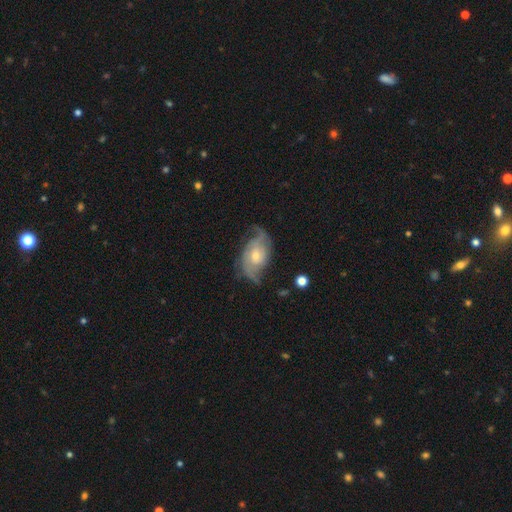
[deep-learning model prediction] Smooth or featured: featured or disk — 80% (smooth — 14%)
Edge-on disk: no — 96% (yes — 4%)
Bar: no — 61% (weak — 33%)
Spiral arms: yes — 93% (no — 7%)
Spiral winding: medium — 41% (loose — 36%)
Spiral arm count: 2 — 78% (can't tell — 10%)
Bulge size: moderate — 48% (small — 45%)
Merging: none — 61% (minor disturbance — 23%)